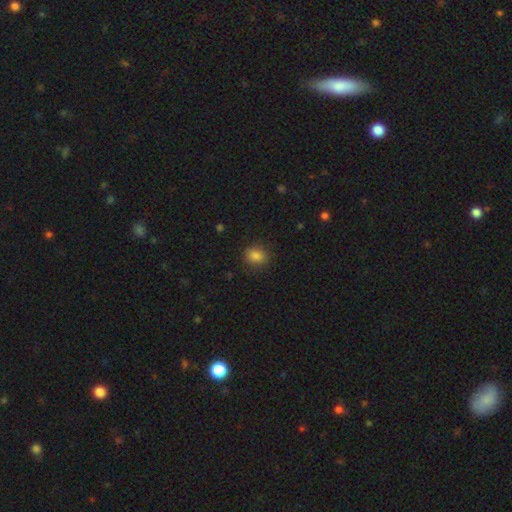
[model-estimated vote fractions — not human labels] smooth 84%, star or artifact 11%, featured or disk 5%. Down the decision tree: how rounded — round (54%); merging — none (84%).